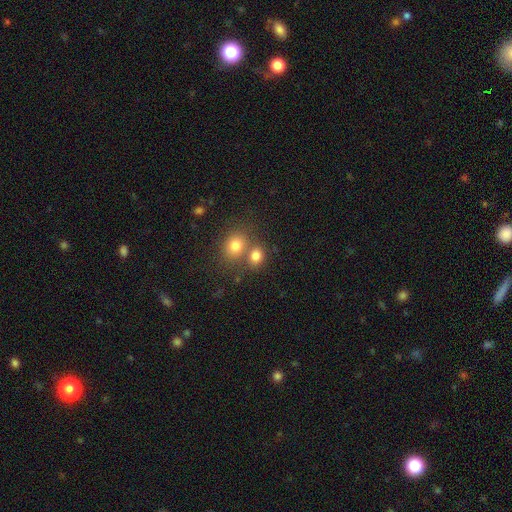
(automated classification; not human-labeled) smooth-or-featured: smooth: 79% | star or artifact: 12% | featured or disk: 8%
  how-rounded: round: 56% | in between: 43% | cigar-shaped: 1%
  merging: none: 48% | merger: 40% | minor disturbance: 8% | major disturbance: 3%